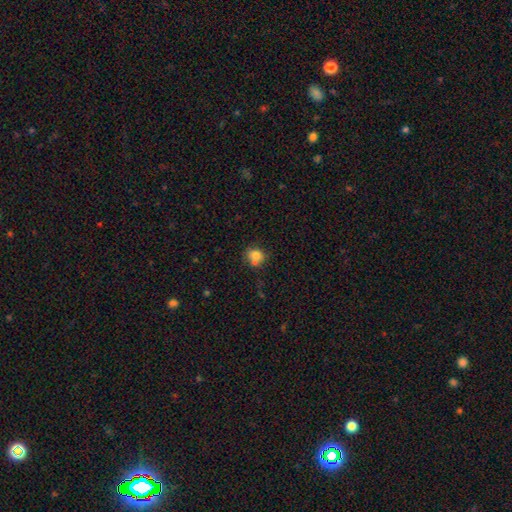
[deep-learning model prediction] smooth 76%, featured or disk 13%, star or artifact 12%. Down the decision tree: how rounded — round (72%); merging — none (52%).